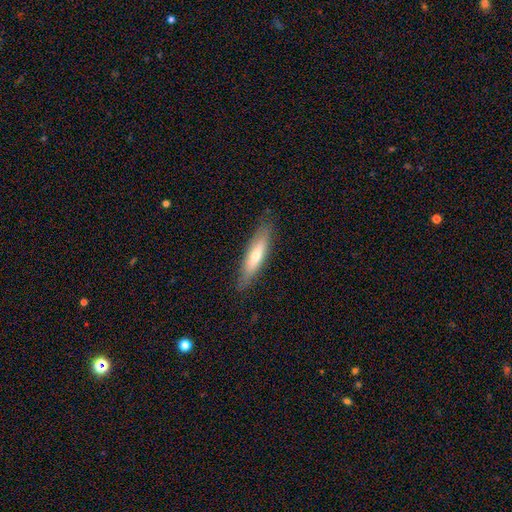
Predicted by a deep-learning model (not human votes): Overall: smooth (56%; featured or disk 37%). How rounded: cigar-shaped (74%). Merging: none (86%).